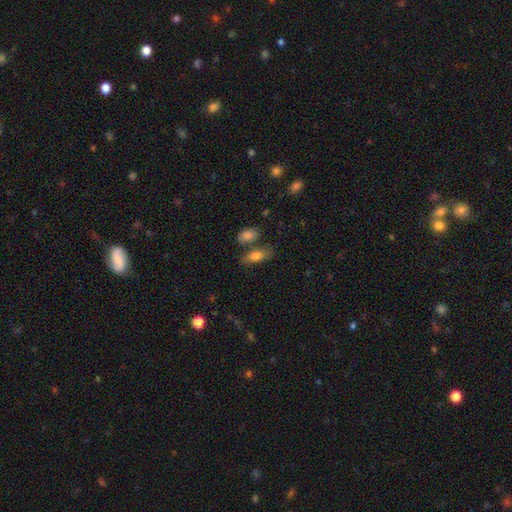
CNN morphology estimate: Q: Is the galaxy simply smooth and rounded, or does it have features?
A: smooth — 79%.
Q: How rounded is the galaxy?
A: in between — 83%.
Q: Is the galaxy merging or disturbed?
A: none — 63%.